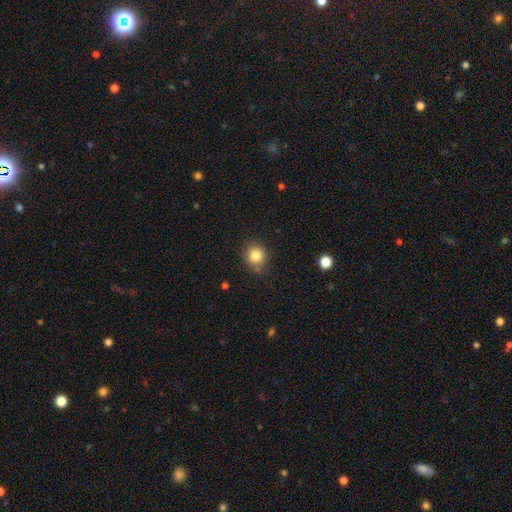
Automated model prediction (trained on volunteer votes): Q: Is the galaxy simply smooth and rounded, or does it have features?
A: smooth — 84%.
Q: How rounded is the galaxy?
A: round — 87%.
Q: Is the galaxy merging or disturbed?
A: none — 84%.